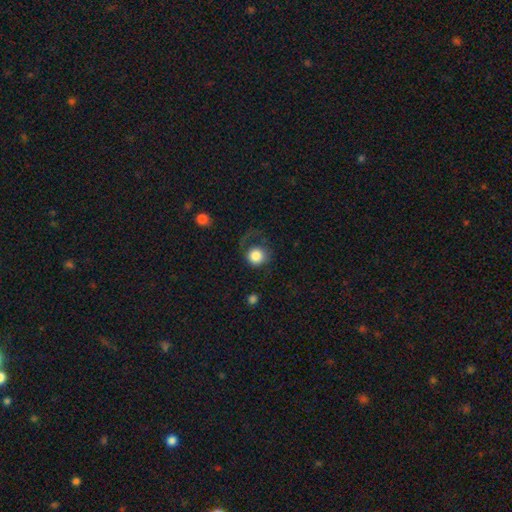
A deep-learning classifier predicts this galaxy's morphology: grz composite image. It shows a smooth galaxy with no disk features (83%) that is round (89%). Merging: none (49%).